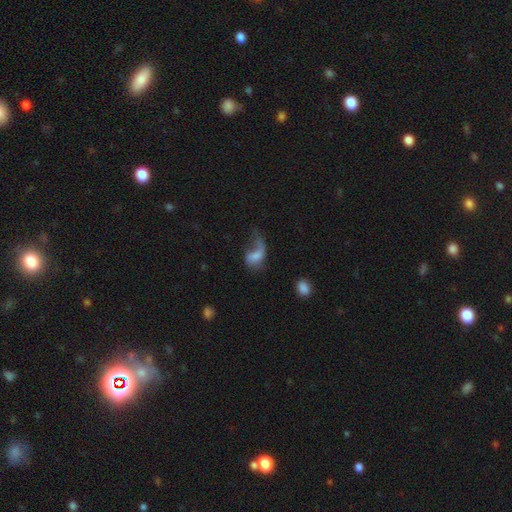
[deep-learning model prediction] smooth_or_featured: featured or disk (p=0.45) [tied with: smooth p=0.45]
merging: major disturbance (p=0.55) [alt: none p=0.21]